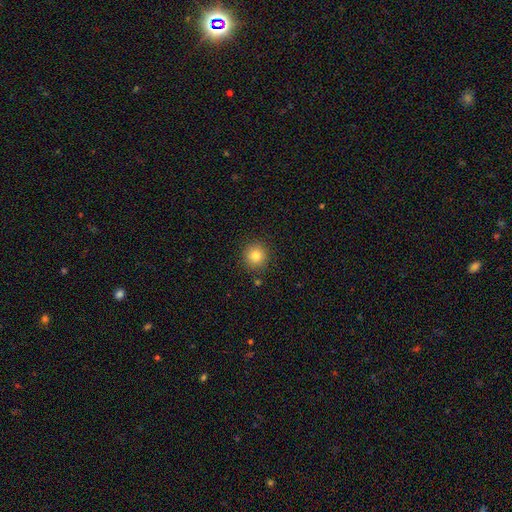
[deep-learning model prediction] Smooth or featured?
  - smooth: 82% *
  - star or artifact: 12%
  - featured or disk: 7%
How rounded?
  - round: 93% *
  - in between: 7%
  - cigar-shaped: 1%
Merging?
  - none: 88% *
  - minor disturbance: 7%
  - major disturbance: 2%
  - merger: 2%